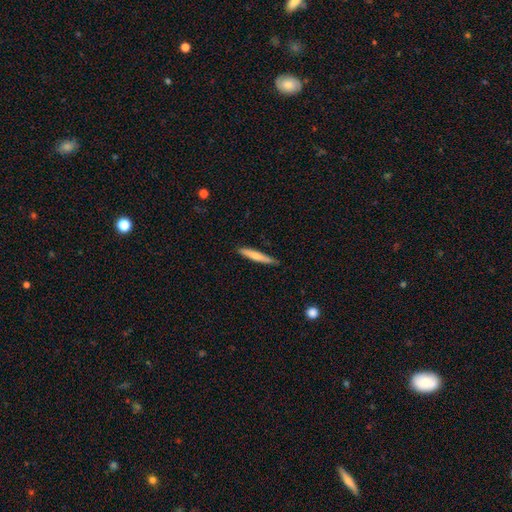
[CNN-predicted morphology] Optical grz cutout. It shows a smooth galaxy with no disk features (68%) that is cigar-shaped (94%). Merging: none (85%).